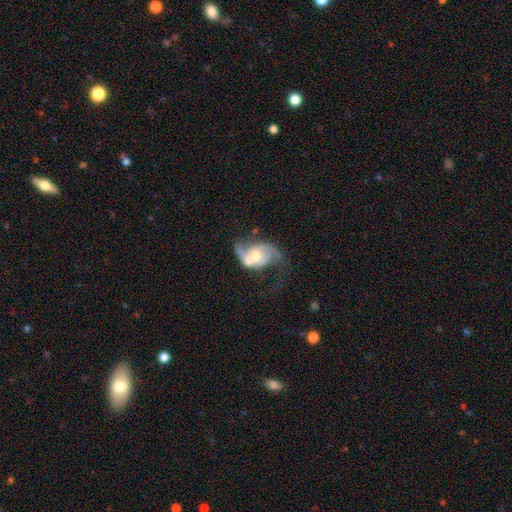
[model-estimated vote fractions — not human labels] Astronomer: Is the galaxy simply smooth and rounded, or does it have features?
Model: featured or disk — 75%.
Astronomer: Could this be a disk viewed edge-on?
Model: no — 97%.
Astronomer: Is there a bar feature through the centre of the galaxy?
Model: no — 64%.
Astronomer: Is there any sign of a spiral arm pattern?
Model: yes — 86%.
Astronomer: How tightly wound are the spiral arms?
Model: loose — 51% (runner-up: medium, 37%).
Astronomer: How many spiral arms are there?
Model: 2 — 78%.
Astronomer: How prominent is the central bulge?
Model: moderate — 62%.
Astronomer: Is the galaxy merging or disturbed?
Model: merger — 36% (runner-up: none, 27%).